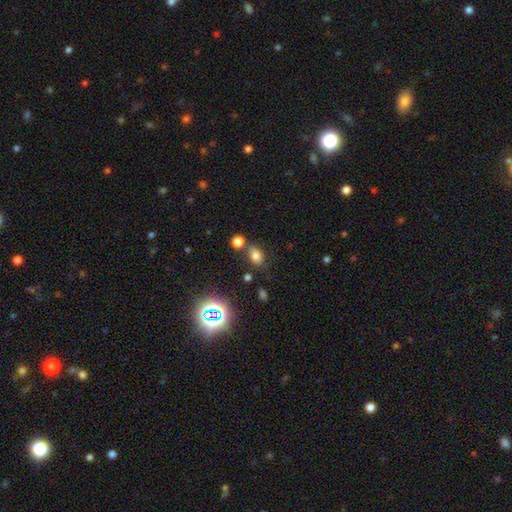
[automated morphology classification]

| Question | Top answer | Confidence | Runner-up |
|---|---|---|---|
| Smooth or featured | smooth | 72% | star or artifact (19%) |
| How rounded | in between | 79% | round (19%) |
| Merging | none | 71% | merger (13%) |